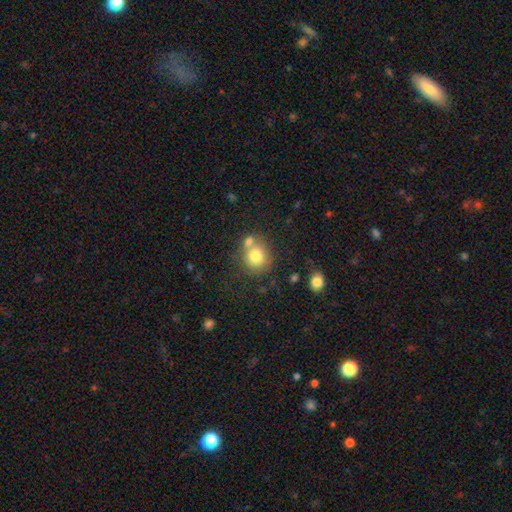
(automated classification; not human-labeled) Smooth or featured? smooth (76%)
How rounded? round (84%)
Merging? none (54%)